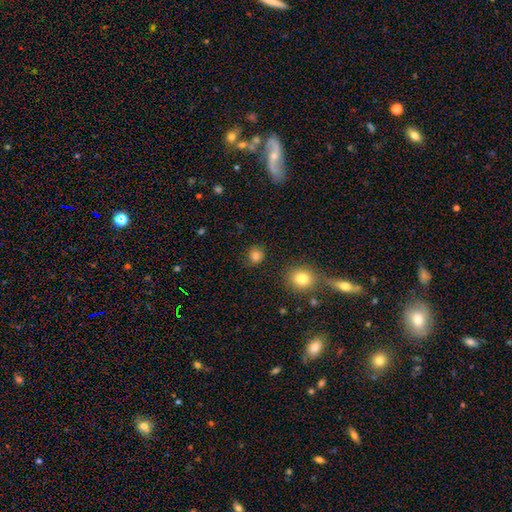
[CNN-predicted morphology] smooth 82%, star or artifact 12%, featured or disk 6%. Down the decision tree: how rounded — round (82%); merging — none (81%).